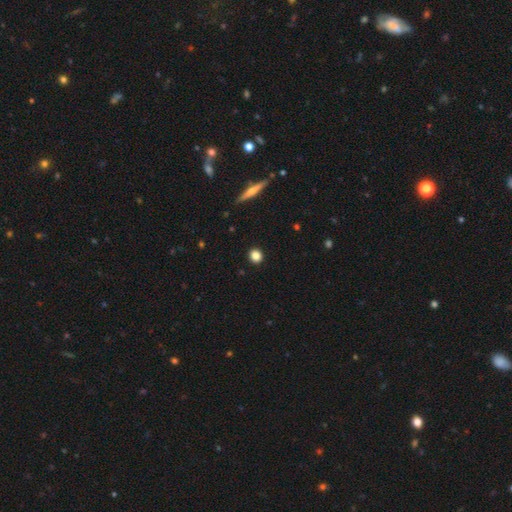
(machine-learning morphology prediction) A smooth galaxy with no disk features (84%) that is round (84%). Merging: none (92%).